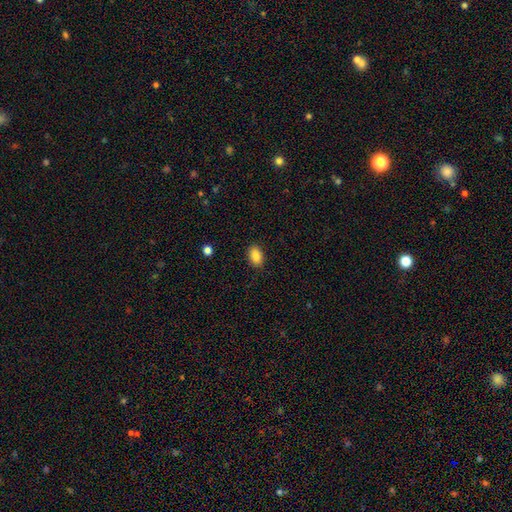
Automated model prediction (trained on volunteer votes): Morphology: type=smooth (88%); roundness=in between (88%); merging=none (87%).